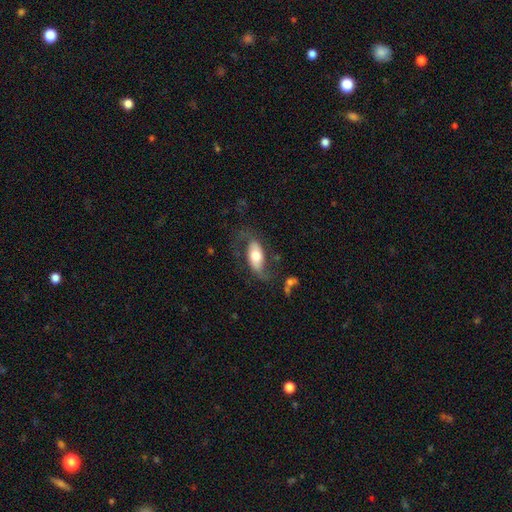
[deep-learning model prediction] Smooth or featured: featured or disk — 49% (smooth — 44%)
Merging: none — 58% (minor disturbance — 21%)